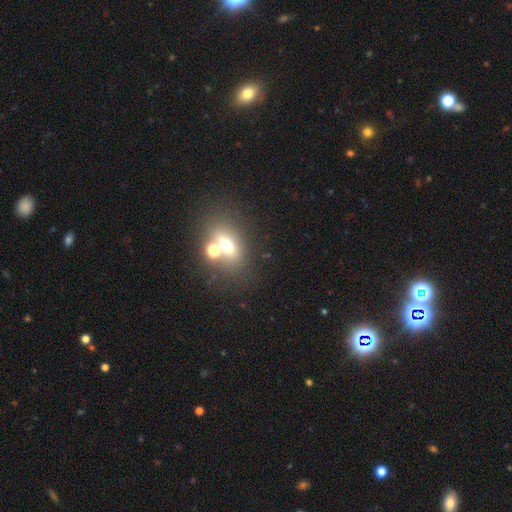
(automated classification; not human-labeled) smooth_or_featured: star or artifact (p=0.46) [alt: smooth p=0.40]